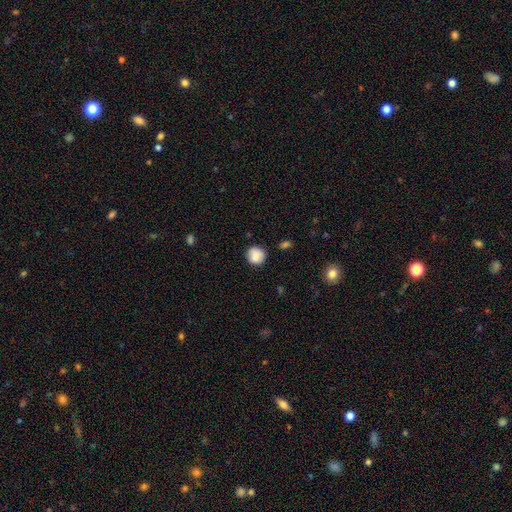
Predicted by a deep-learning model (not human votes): smooth 85%, star or artifact 8%, featured or disk 7%. Down the decision tree: how rounded — round (90%); merging — none (83%).